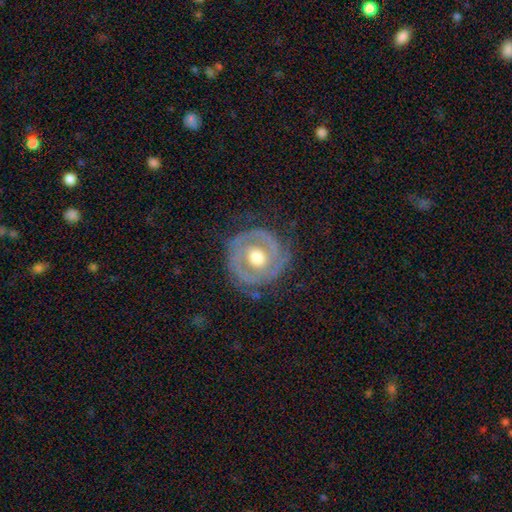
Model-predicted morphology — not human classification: This is likely a featured or disk galaxy (78%). It is clearly not viewed edge-on (97%). Bar: likely no (74%). Spiral arm pattern: likely yes (69%). Spiral arm count: possibly 2 (49%). Spiral winding: likely tight (65%). Central bulge: likely moderate (69%). Merging: likely none (74%).